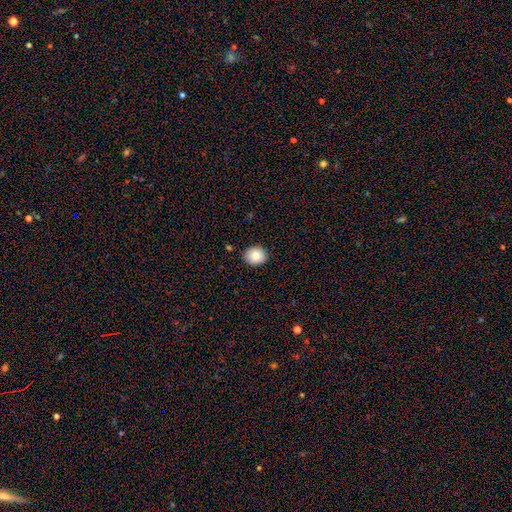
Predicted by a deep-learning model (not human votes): Morphology: type=smooth (84%); roundness=round (64%); merging=none (90%).